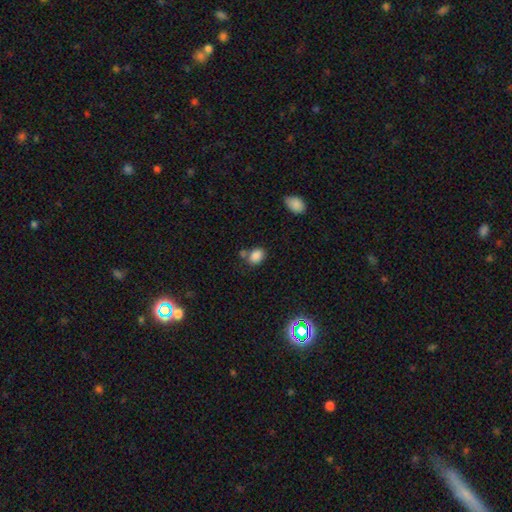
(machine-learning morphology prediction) type=smooth (84%); roundness=in between (69%); merging=none (60%).